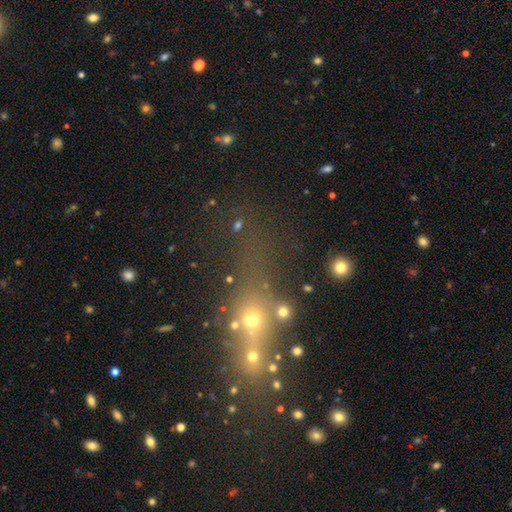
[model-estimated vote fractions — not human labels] Q: Smooth or featured?
A: star or artifact (42%); runner-up: smooth (31%)